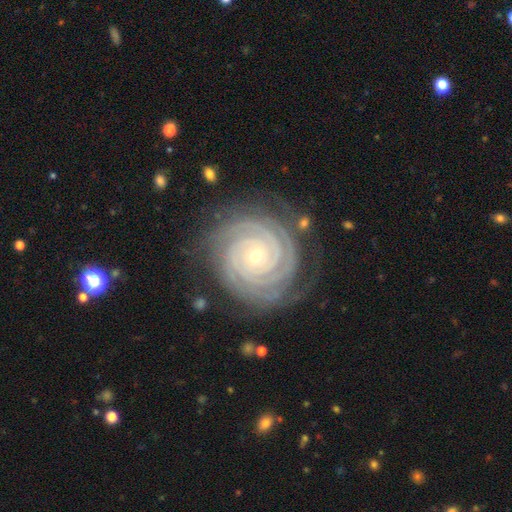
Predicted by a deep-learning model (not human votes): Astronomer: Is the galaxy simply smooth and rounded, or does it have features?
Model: featured or disk — 93%.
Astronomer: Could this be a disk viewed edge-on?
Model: no — 98%.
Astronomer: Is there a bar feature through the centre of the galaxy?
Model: no — 72%.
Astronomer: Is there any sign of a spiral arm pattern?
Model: yes — 99%.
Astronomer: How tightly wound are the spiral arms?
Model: tight — 92%.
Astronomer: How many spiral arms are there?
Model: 3 — 25% (runner-up: 4, 23%).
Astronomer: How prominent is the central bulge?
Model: small — 75%.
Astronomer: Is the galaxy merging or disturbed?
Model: none — 81%.